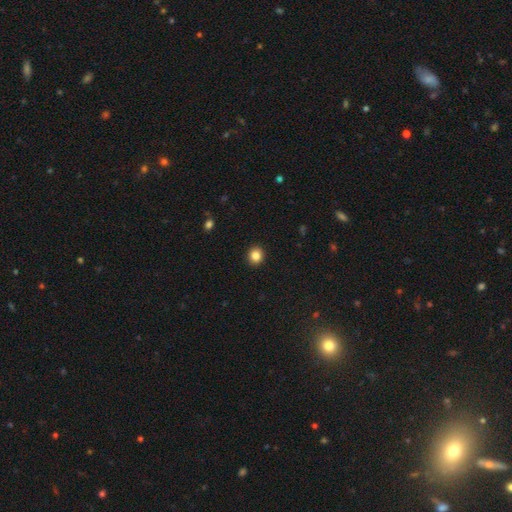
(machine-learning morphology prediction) smooth-or-featured: smooth: 85% | star or artifact: 10% | featured or disk: 5%
  how-rounded: round: 82% | in between: 17% | cigar-shaped: 1%
  merging: none: 92% | minor disturbance: 5% | major disturbance: 2% | merger: 1%